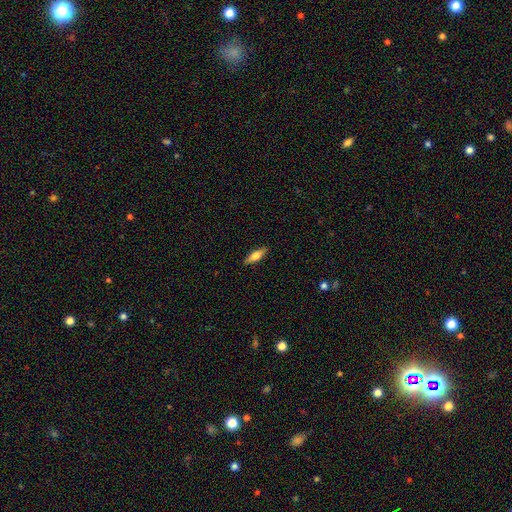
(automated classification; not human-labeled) A smooth galaxy with no disk features (61%) that is in between round and cigar-shaped (49%). Merging: none (89%).